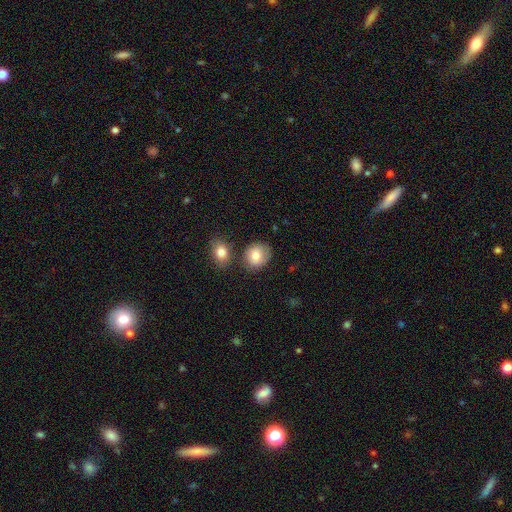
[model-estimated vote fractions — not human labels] A smooth galaxy with no disk features (80%) that is round (66%). Merging: none (71%).